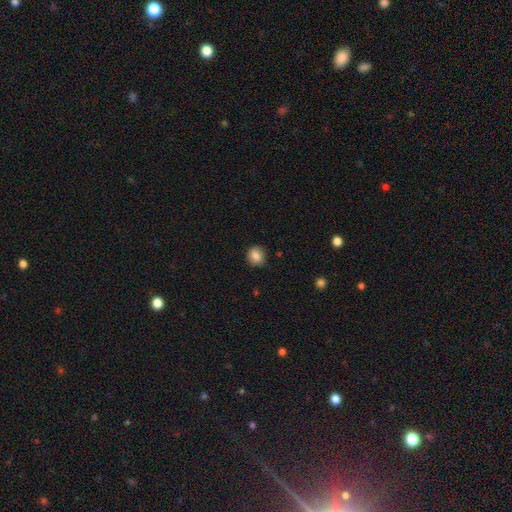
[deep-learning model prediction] Smooth or featured? Predicted: smooth (p=0.82). How rounded? Predicted: round (p=0.77). Merging? Predicted: none (p=0.82).